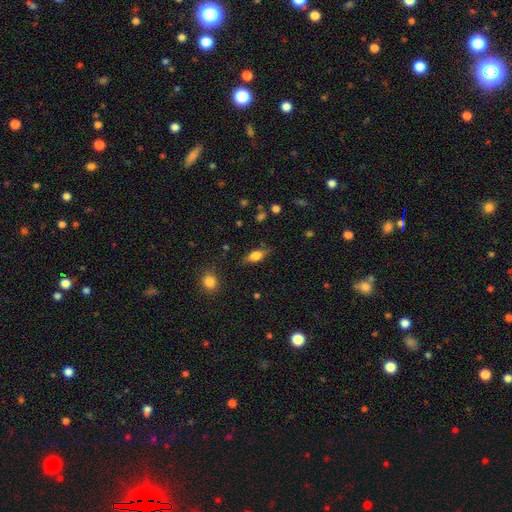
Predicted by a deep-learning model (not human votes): A smooth galaxy with no disk features (65%) that is in between round and cigar-shaped (77%). Merging: none (77%).